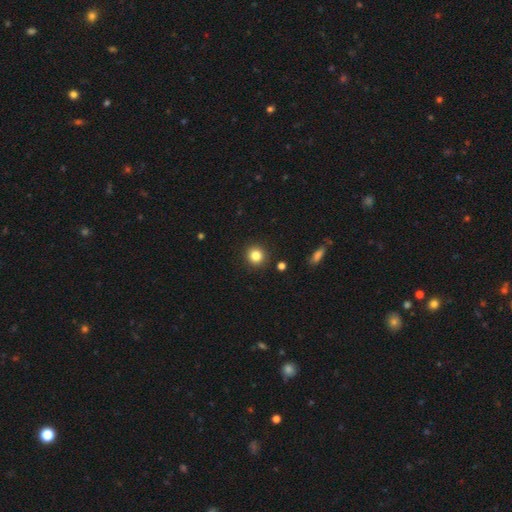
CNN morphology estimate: smooth-or-featured: smooth: 84% | star or artifact: 11% | featured or disk: 5%
  how-rounded: round: 90% | in between: 9% | cigar-shaped: 1%
  merging: none: 90% | minor disturbance: 6% | major disturbance: 2% | merger: 2%